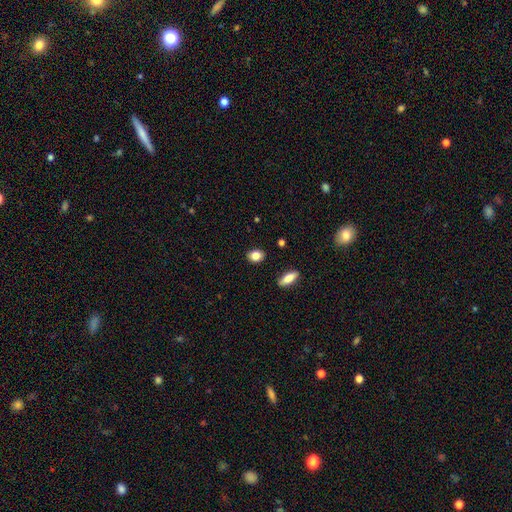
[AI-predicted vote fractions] Smooth or featured?
  - smooth: 84% *
  - star or artifact: 9%
  - featured or disk: 7%
How rounded?
  - in between: 52% *
  - round: 45%
  - cigar-shaped: 2%
Merging?
  - none: 88% *
  - minor disturbance: 9%
  - major disturbance: 2%
  - merger: 2%